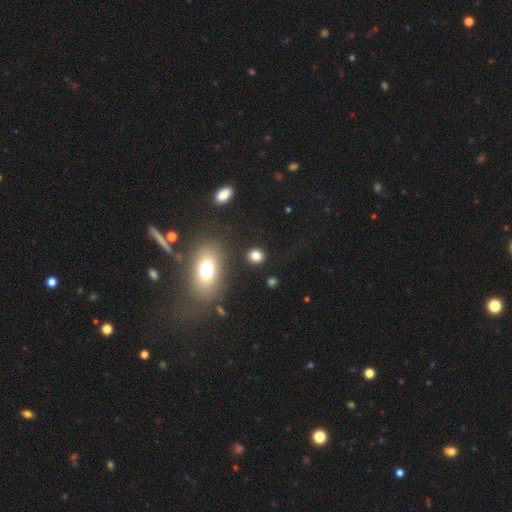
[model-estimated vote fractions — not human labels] smooth 79%, star or artifact 14%, featured or disk 7%. Down the decision tree: how rounded — round (70%); merging — none (86%).